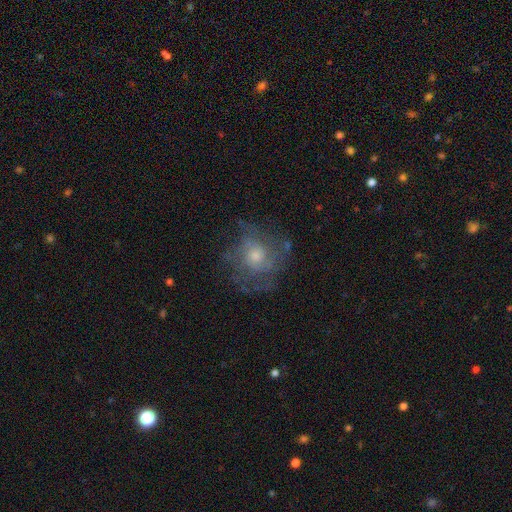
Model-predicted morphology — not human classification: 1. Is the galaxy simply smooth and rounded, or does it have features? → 56% featured or disk, 32% smooth, 11% star or artifact.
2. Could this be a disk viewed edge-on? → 97% no, 3% yes.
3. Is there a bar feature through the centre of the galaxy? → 83% no, 14% weak, 2% strong.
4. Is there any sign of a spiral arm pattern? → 64% yes, 36% no.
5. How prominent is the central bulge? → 50% moderate, 39% small, 6% large, 3% none, 1% dominant.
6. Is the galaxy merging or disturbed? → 62% none, 19% minor disturbance, 17% major disturbance, 2% merger.